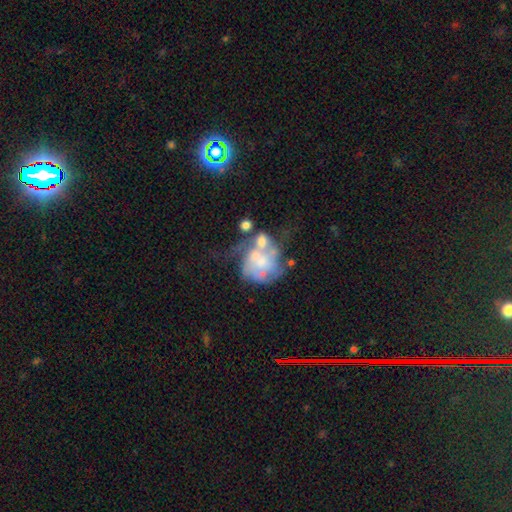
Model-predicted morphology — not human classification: The model was most divided on "bulge size" (2-way tie): small: 31%, none: 31%, moderate: 28%, large: 7%, dominant: 2%. Remaining: edge-on disk — no (98%); bar — no (85%); smooth or featured — featured or disk (66%); spiral arms — no (61%); merging — major disturbance (31%).